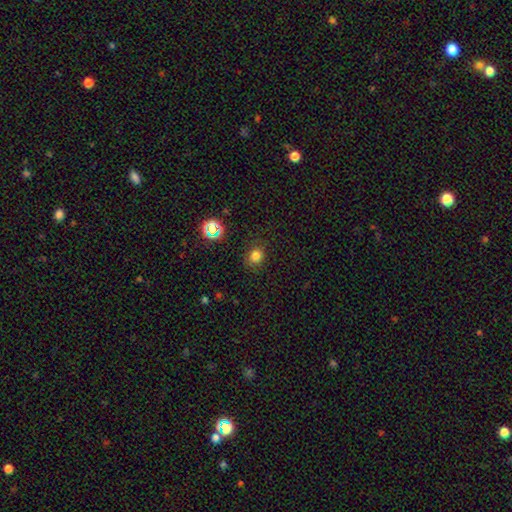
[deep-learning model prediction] Smooth or featured? Predicted: smooth (p=0.76). How rounded? Predicted: round (p=0.69). Merging? Predicted: none (p=0.81).